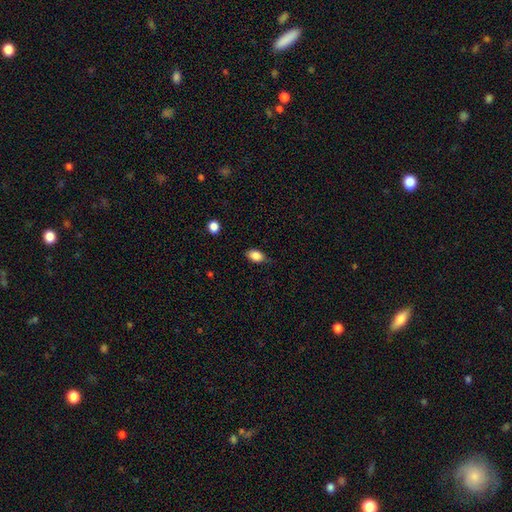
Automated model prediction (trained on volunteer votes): This is clearly a smooth galaxy (86%). How rounded: clearly in between (84%). Merging: likely none (72%).